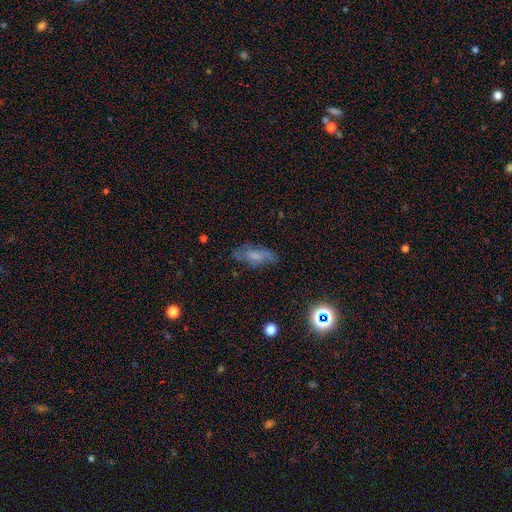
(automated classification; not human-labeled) This is marginally a featured or disk galaxy (44%). Merging: likely none (64%).